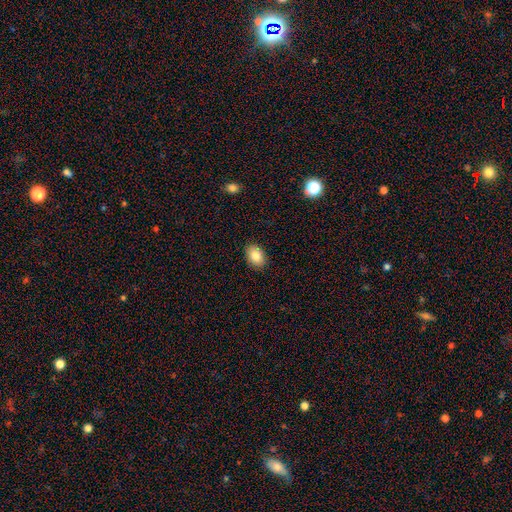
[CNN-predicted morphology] This appears to be a smooth galaxy with no disk features (84%) that is in between round and cigar-shaped (79%). Merging: none (89%).